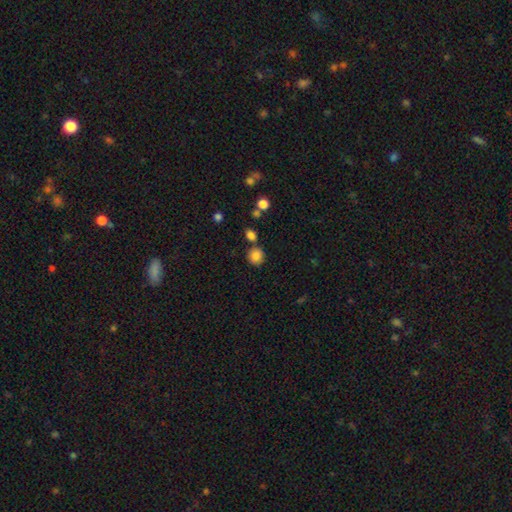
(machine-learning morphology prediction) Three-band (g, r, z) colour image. It shows a smooth galaxy with no disk features (85%) that is round (87%). Merging: none (75%).